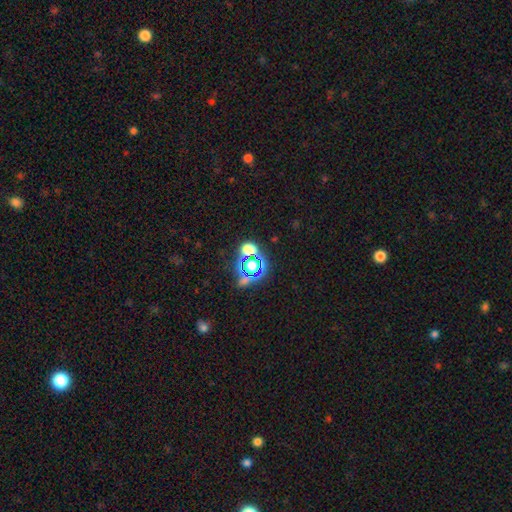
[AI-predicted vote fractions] The model was most divided on "smooth or featured": star or artifact: 60%, smooth: 31%, featured or disk: 9%.